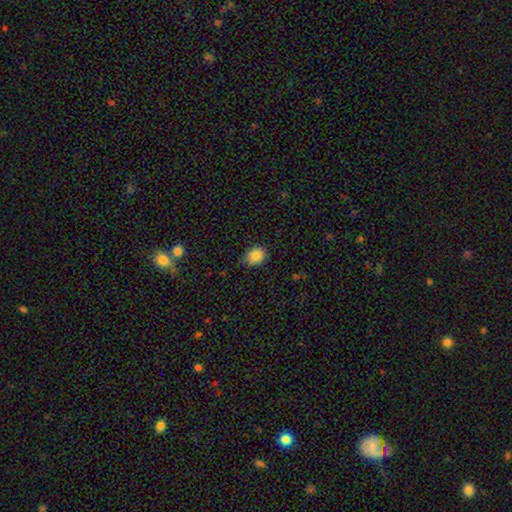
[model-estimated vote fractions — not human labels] This is clearly a smooth galaxy (86%). How rounded: possibly in between (50%). Merging: likely none (76%).